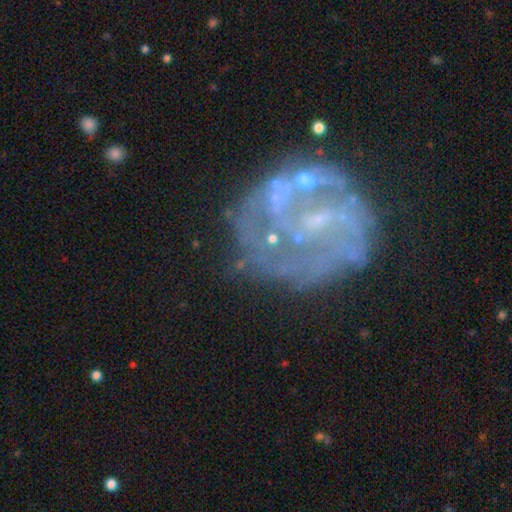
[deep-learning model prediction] smooth_or_featured: featured or disk (p=0.75) [alt: smooth p=0.13]
disk_edge_on: no (p=0.98) [alt: yes p=0.02]
bar: no (p=0.55) [alt: weak p=0.32]
has_spiral_arms: yes (p=0.63) [alt: no p=0.37]
bulge_size: none (p=0.45) [alt: small p=0.40]
merging: none (p=0.51) [alt: major disturbance p=0.24]